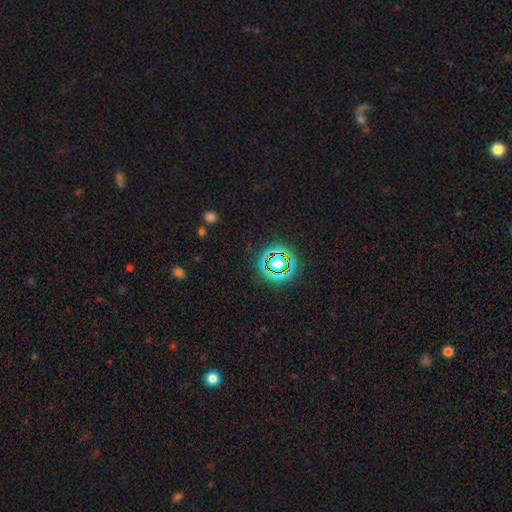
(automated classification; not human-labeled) The model was most divided on "smooth or featured": star or artifact: 71%, smooth: 17%, featured or disk: 11%.